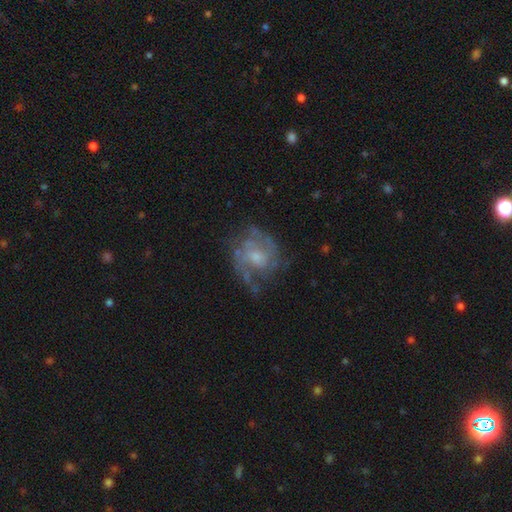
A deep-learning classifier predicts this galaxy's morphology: A featured or disk galaxy (75%) with no bar (66%), 2 (41%) medium (46%) spiral arms (80%) and a small central bulge (45%).

Vote fractions:
- Smooth or featured? featured or disk: 75% / smooth: 17% / star or artifact: 8%
- Edge-on disk? no: 98% / yes: 2%
- Bar? no: 66% / weak: 30% / strong: 4%
- Spiral arms? yes: 80% / no: 20%
- Spiral winding? medium: 46% / tight: 32% / loose: 22%
- Spiral arm count? 2: 41% / can't tell: 30% / 3: 13% / 1: 8% / 4: 4% / more than 4: 4%
- Bulge size? small: 45% / moderate: 41% / none: 9% / large: 4% / dominant: 1%
- Merging? none: 58% / minor disturbance: 22% / major disturbance: 18% / merger: 2%